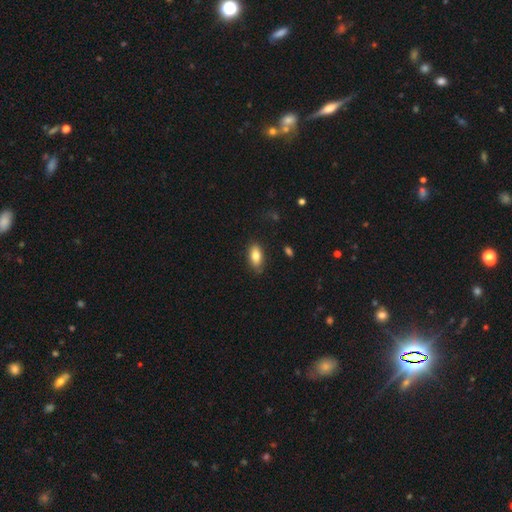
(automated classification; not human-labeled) A smooth galaxy with no disk features (81%) that is in between round and cigar-shaped (88%).

Vote fractions:
- Smooth or featured? smooth: 81% / featured or disk: 12% / star or artifact: 7%
- How rounded? in between: 88% / cigar-shaped: 8% / round: 4%
- Merging? none: 81% / minor disturbance: 14% / major disturbance: 3% / merger: 1%